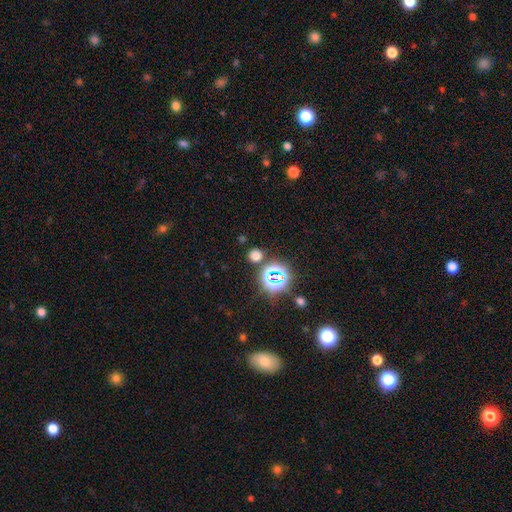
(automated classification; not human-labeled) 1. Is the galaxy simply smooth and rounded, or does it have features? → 60% smooth, 35% star or artifact, 5% featured or disk.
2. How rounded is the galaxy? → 87% round, 12% in between, 1% cigar-shaped.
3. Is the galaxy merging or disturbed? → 83% none, 8% minor disturbance, 6% merger, 3% major disturbance.